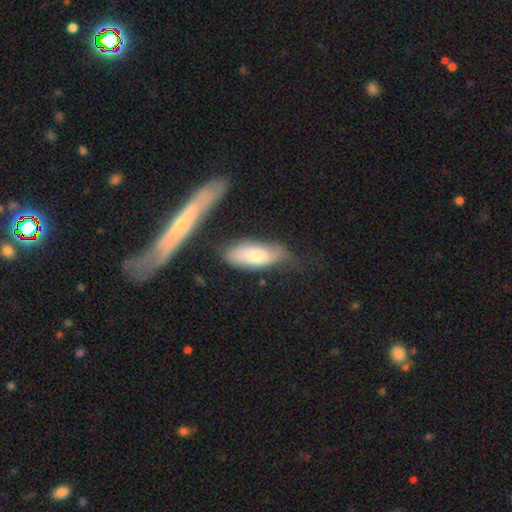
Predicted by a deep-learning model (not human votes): The model was most divided on "merging": none: 54%, minor disturbance: 26%, major disturbance: 10%, merger: 9%. More confident: how rounded — in between (74%); smooth or featured — smooth (62%).